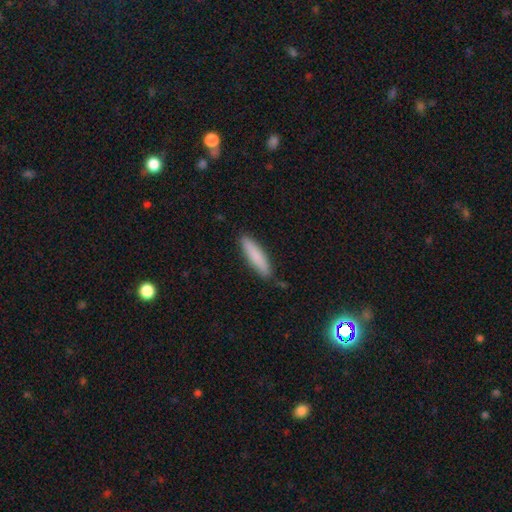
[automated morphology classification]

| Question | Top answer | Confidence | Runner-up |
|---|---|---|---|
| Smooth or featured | smooth | 83% | featured or disk (11%) |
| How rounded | cigar-shaped | 79% | in between (20%) |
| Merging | none | 86% | minor disturbance (11%) |